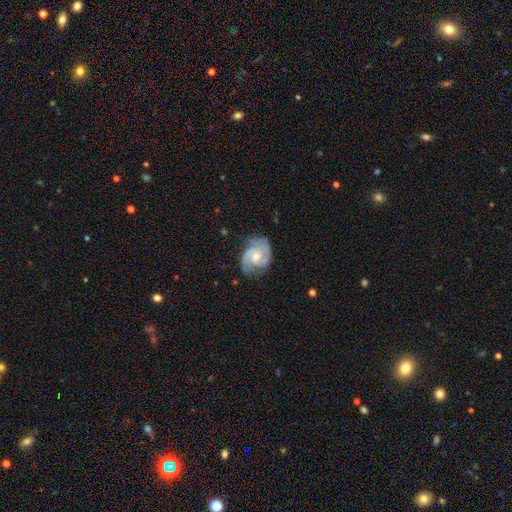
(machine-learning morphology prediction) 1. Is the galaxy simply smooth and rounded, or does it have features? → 88% featured or disk, 8% smooth, 5% star or artifact.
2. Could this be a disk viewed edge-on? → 98% no, 2% yes.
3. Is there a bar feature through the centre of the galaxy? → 56% no, 38% weak, 6% strong.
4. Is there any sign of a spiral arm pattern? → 98% yes, 2% no.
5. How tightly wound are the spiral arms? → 51% tight, 42% medium, 7% loose.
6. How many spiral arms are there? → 74% 2, 13% 3, 7% can't tell, 2% 1, 2% 4, 2% more than 4.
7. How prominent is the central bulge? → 47% small, 45% moderate, 5% none, 2% large, 1% dominant.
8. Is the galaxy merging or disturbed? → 72% none, 20% minor disturbance, 6% major disturbance, 1% merger.